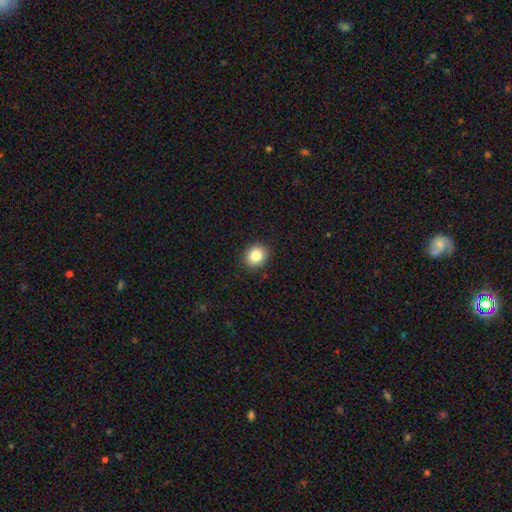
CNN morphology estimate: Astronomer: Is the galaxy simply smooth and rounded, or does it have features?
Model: smooth — 85%.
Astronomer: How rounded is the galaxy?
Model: round — 68%.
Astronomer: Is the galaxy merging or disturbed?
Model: none — 90%.